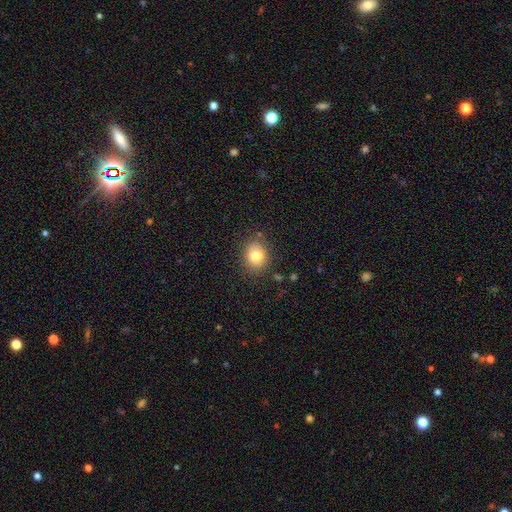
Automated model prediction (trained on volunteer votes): Smooth or featured: smooth — 80% (star or artifact — 10%)
How rounded: round — 63% (in between — 36%)
Merging: none — 81% (minor disturbance — 13%)